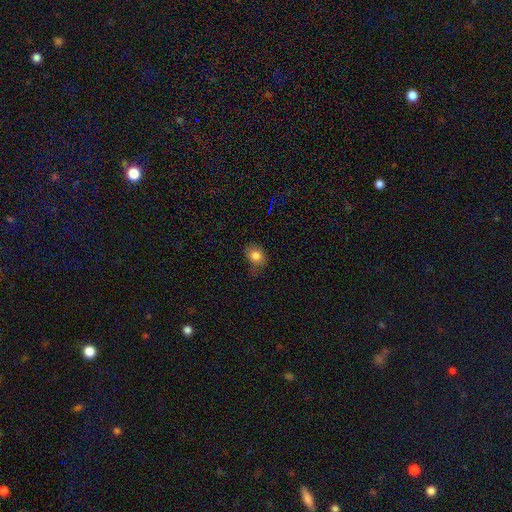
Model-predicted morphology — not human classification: smooth-or-featured: smooth: 82% | star or artifact: 10% | featured or disk: 8%
  how-rounded: in between: 57% | round: 42% | cigar-shaped: 1%
  merging: none: 54% | minor disturbance: 32% | major disturbance: 12% | merger: 2%